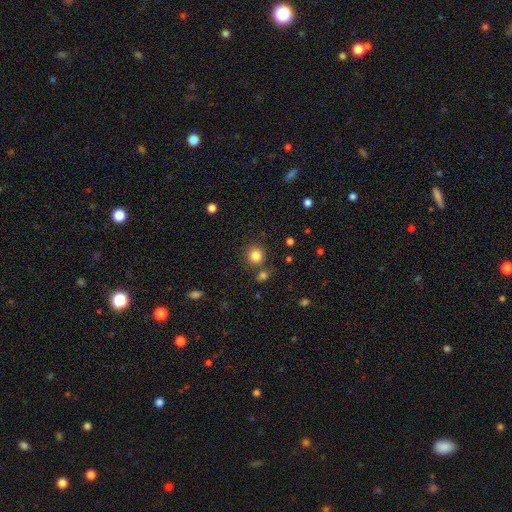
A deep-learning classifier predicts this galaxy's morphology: smooth 83%, star or artifact 12%, featured or disk 5%. Down the decision tree: how rounded — round (90%); merging — none (78%).